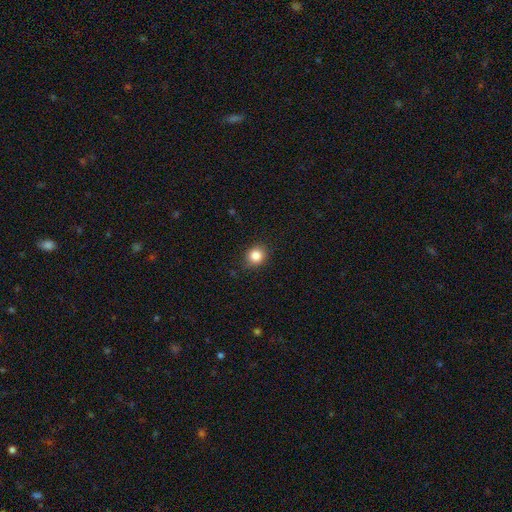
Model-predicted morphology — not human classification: smooth-or-featured: smooth: 85% | star or artifact: 11% | featured or disk: 4%
  how-rounded: round: 86% | in between: 13% | cigar-shaped: 1%
  merging: none: 86% | minor disturbance: 10% | major disturbance: 3% | merger: 1%